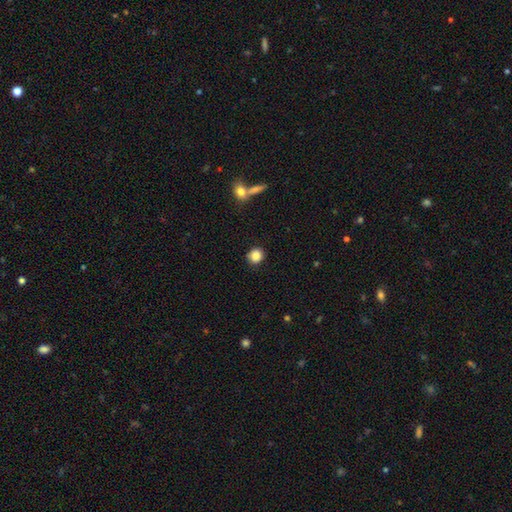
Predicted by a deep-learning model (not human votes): Smooth or featured?
  - smooth: 86% *
  - star or artifact: 10%
  - featured or disk: 4%
How rounded?
  - round: 89% *
  - in between: 10%
  - cigar-shaped: 1%
Merging?
  - none: 87% *
  - minor disturbance: 9%
  - major disturbance: 2%
  - merger: 2%